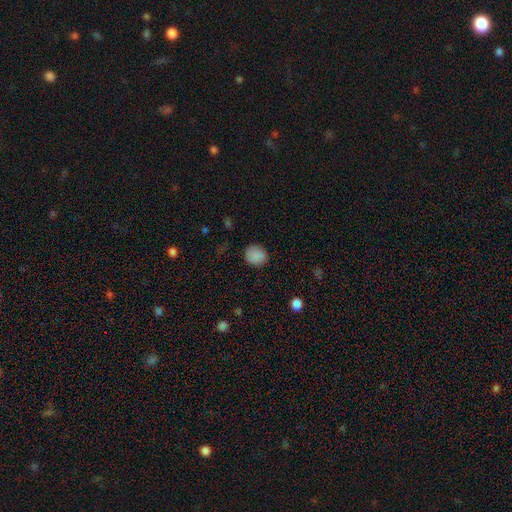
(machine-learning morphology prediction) smooth-or-featured: smooth: 86% | star or artifact: 9% | featured or disk: 5%
  how-rounded: round: 79% | in between: 20% | cigar-shaped: 1%
  merging: none: 84% | minor disturbance: 12% | major disturbance: 3% | merger: 1%